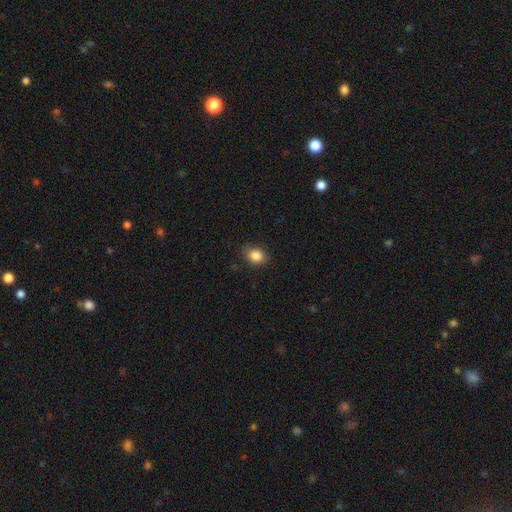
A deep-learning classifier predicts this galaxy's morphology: type=smooth (86%); roundness=in between (56%); merging=none (84%).